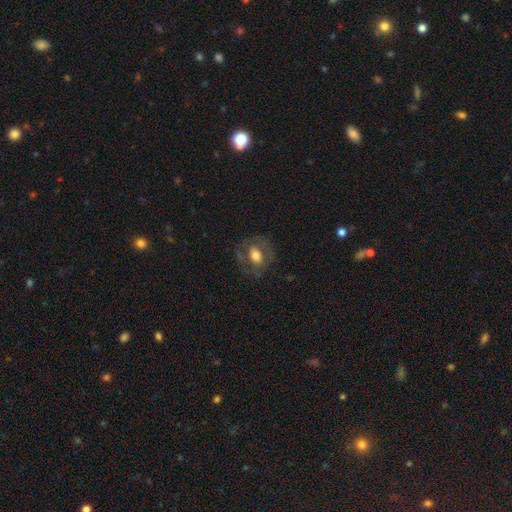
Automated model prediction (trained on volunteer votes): Smooth or featured? Predicted: smooth (p=0.52). How rounded? Predicted: in between (p=0.60). Merging? Predicted: none (p=0.69).